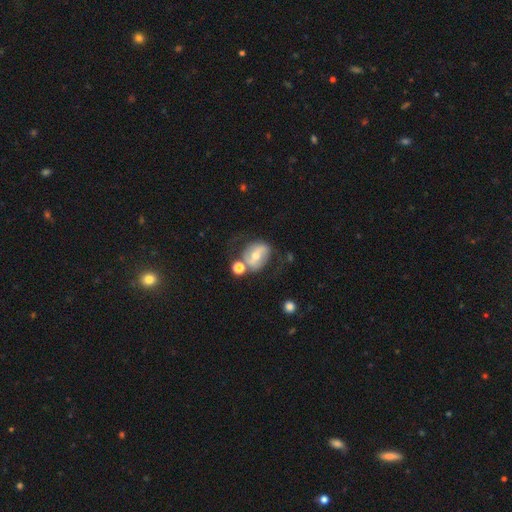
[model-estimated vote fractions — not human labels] smooth_or_featured: featured or disk (p=0.59) [alt: smooth p=0.32]
disk_edge_on: no (p=0.95) [alt: yes p=0.05]
bar: strong (p=0.37) [alt: weak p=0.33]
has_spiral_arms: yes (p=0.61) [alt: no p=0.39]
bulge_size: moderate (p=0.61) [alt: small p=0.34]
merging: none (p=0.49) [alt: minor disturbance p=0.20]